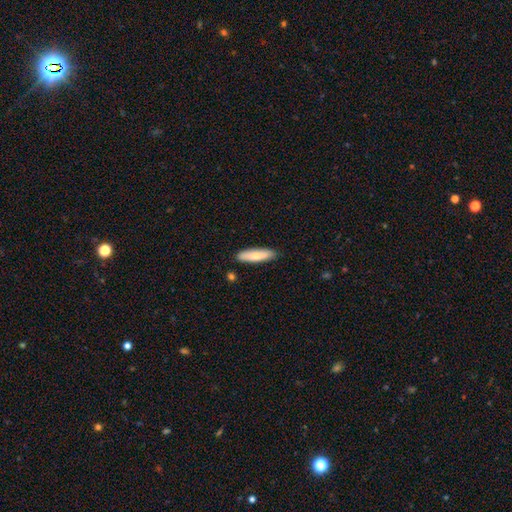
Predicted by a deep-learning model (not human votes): Smooth or featured? smooth (78%)
How rounded? cigar-shaped (67%)
Merging? none (88%)